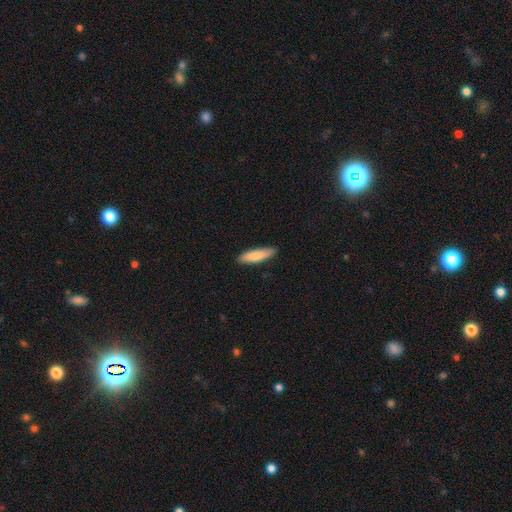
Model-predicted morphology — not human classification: Q: Smooth or featured?
A: smooth (82%); runner-up: featured or disk (13%)
Q: How rounded?
A: cigar-shaped (74%); runner-up: in between (25%)
Q: Merging?
A: none (89%); runner-up: minor disturbance (9%)